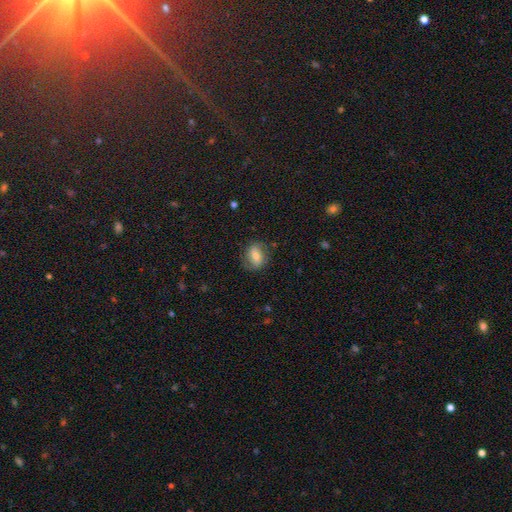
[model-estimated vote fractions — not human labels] This appears to be a smooth galaxy with no disk features (61%) that is in between round and cigar-shaped (58%). Merging: none (73%).